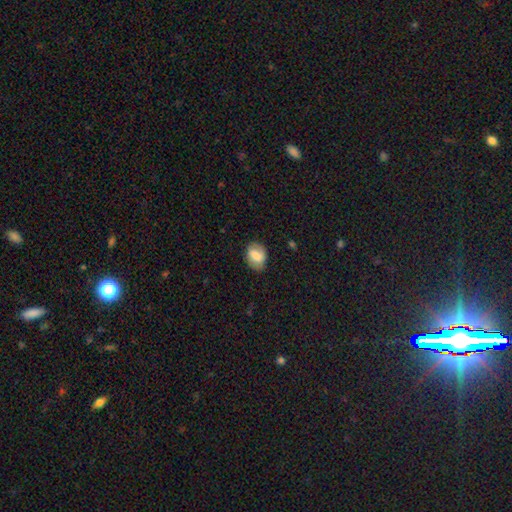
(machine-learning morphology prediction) Smooth or featured: smooth — 69% (featured or disk — 24%)
How rounded: in between — 72% (round — 27%)
Merging: none — 79% (minor disturbance — 16%)